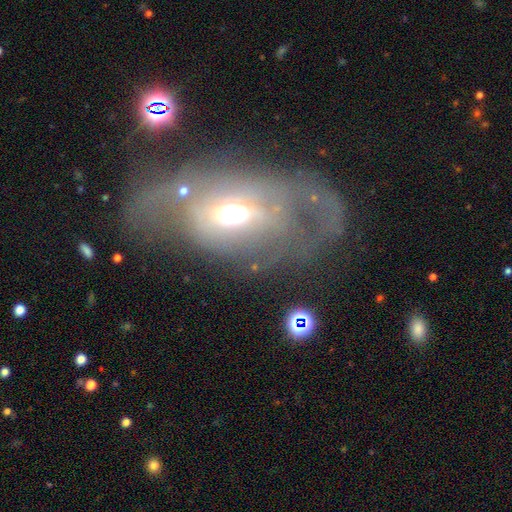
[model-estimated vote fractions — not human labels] featured or disk 69%, smooth 22%, star or artifact 9%. Down the decision tree: edge-on disk — no (90%); bar — no (49%); spiral arms — yes (53%); bulge size — moderate (67%); merging — none (46%).